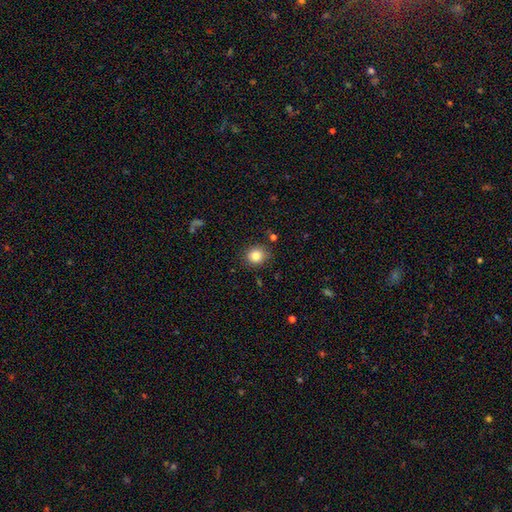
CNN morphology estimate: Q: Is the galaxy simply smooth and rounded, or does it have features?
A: smooth — 83%.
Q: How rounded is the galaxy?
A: round — 82%.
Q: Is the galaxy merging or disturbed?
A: none — 84%.